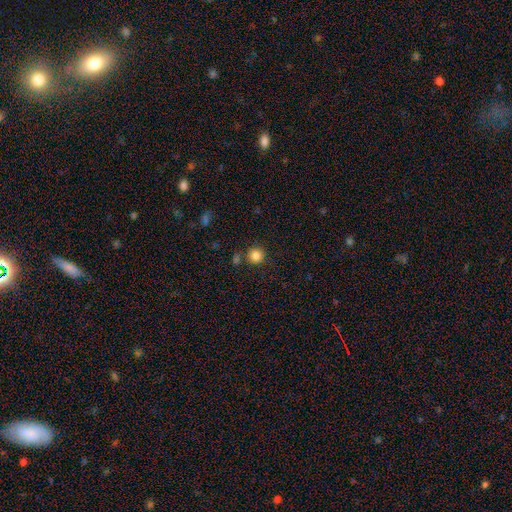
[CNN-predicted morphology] type=smooth (85%); roundness=round (94%); merging=none (83%).